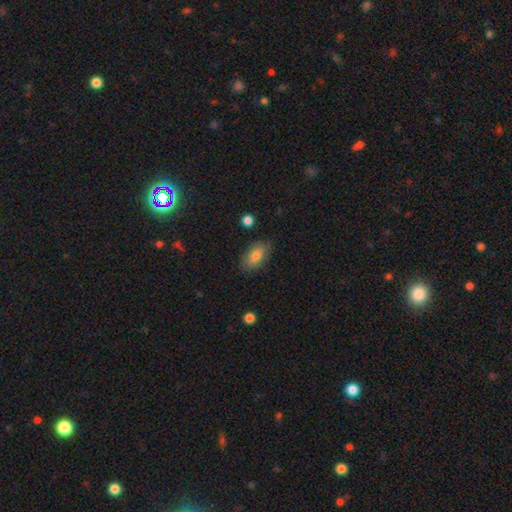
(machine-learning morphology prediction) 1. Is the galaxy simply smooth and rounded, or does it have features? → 77% smooth, 17% featured or disk, 7% star or artifact.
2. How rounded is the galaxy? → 89% in between, 7% cigar-shaped, 4% round.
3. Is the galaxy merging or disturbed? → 81% none, 14% minor disturbance, 3% major disturbance, 2% merger.